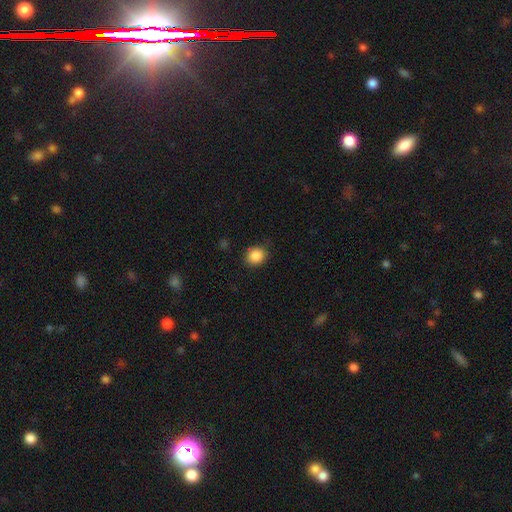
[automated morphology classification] Smooth or featured? Predicted: smooth (p=0.87). How rounded? Predicted: round (p=0.70). Merging? Predicted: none (p=0.83).